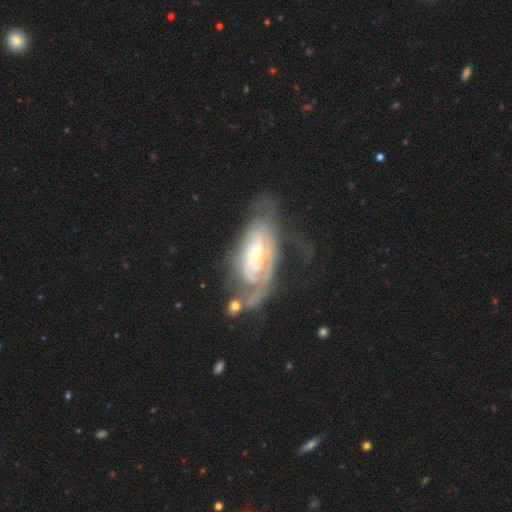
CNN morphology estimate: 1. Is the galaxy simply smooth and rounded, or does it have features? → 81% featured or disk, 14% smooth, 6% star or artifact.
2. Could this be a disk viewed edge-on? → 92% no, 8% yes.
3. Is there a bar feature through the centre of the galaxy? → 58% no, 32% weak, 10% strong.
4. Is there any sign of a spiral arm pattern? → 86% yes, 14% no.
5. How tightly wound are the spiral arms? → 59% tight, 29% medium, 12% loose.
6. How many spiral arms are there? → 43% can't tell, 25% 2, 19% 1, 7% 3, 3% 4, 3% more than 4.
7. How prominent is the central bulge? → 44% moderate, 29% small, 19% large, 5% none, 3% dominant.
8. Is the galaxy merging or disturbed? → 38% none, 33% major disturbance, 22% minor disturbance, 7% merger.